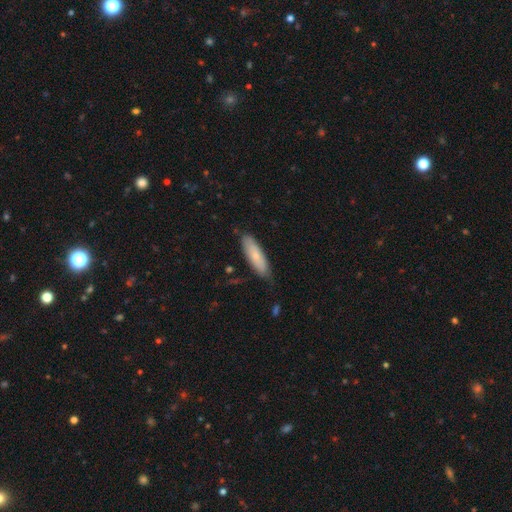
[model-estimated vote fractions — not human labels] A smooth galaxy with no disk features (72%) that is cigar-shaped (51%).

Vote fractions:
- Smooth or featured? smooth: 72% / featured or disk: 22% / star or artifact: 6%
- How rounded? cigar-shaped: 51% / in between: 47% / round: 2%
- Merging? none: 75% / minor disturbance: 20% / major disturbance: 3% / merger: 2%